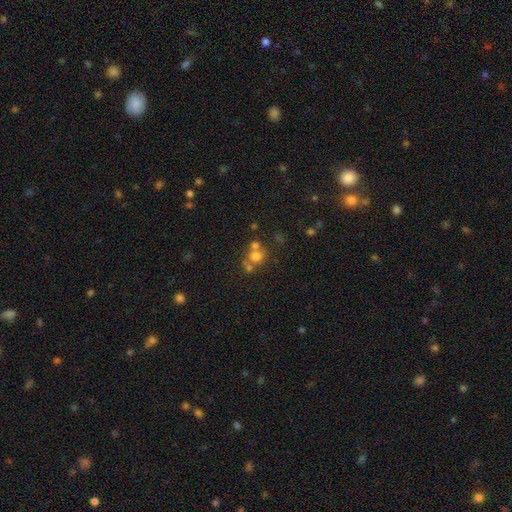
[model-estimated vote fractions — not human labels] Overall: smooth (66%). How rounded: round (82%). Merging: none (47%; merger 40%).